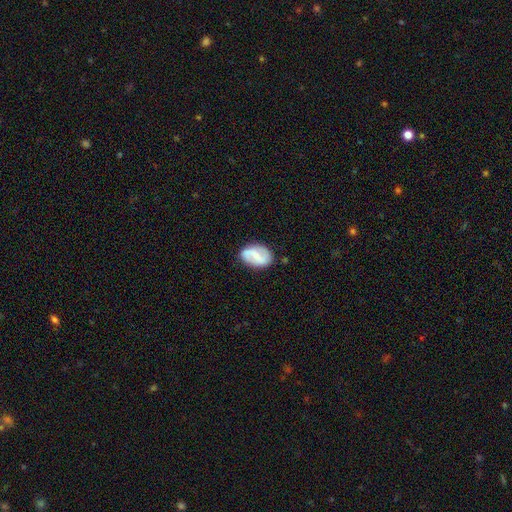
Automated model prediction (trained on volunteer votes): Overall: featured or disk (63%; smooth 31%). Edge-on disk: no (96%). Bar: weak (43%; strong 36%). Spiral arms: yes (76%). Bulge size: small (54%; moderate 37%). Merging: none (80%).